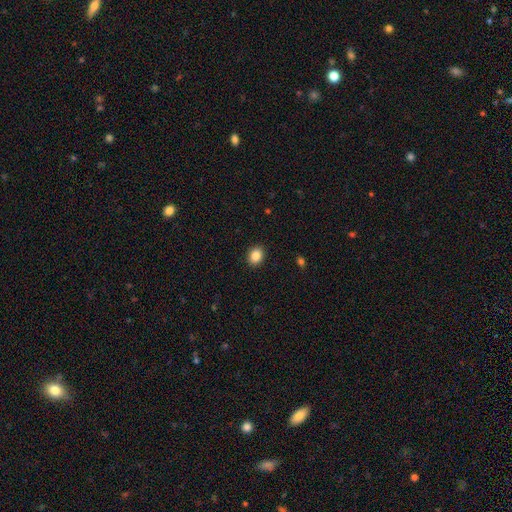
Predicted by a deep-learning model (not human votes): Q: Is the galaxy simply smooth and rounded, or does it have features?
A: smooth — 87%.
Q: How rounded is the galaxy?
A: in between — 52%.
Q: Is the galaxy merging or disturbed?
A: none — 91%.